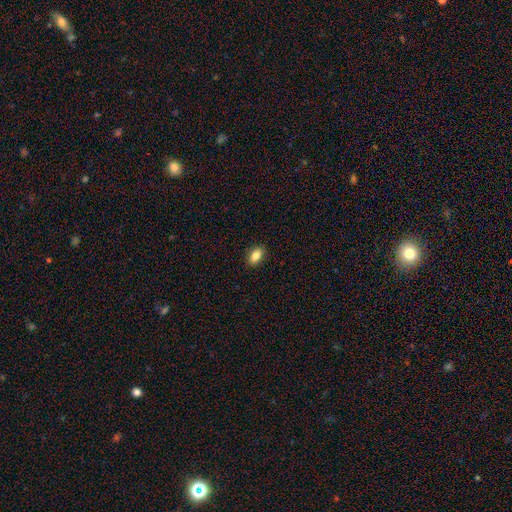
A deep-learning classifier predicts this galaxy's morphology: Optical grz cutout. It shows a smooth galaxy with no disk features (84%) that is in between round and cigar-shaped (89%). Merging: none (89%).